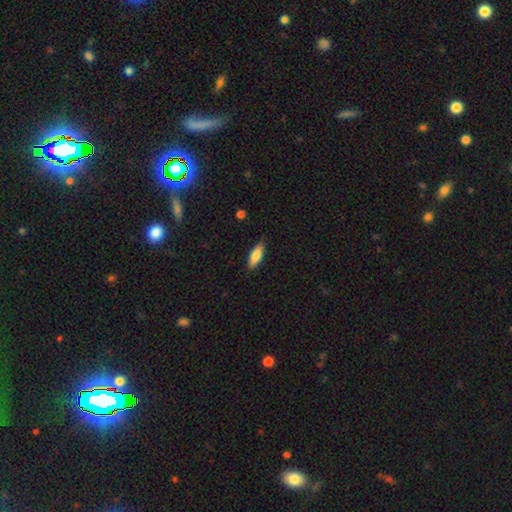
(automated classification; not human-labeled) smooth 77%, featured or disk 17%, star or artifact 6%. Down the decision tree: how rounded — in between (62%); merging — none (87%).